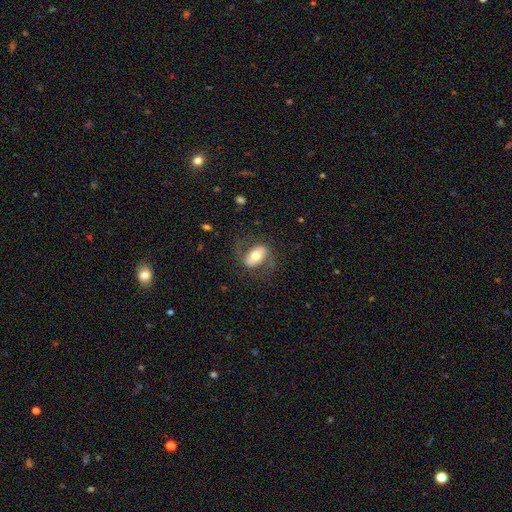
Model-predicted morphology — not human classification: A smooth galaxy with no disk features (47%).

Vote fractions:
- Smooth or featured? smooth: 47% / featured or disk: 46% / star or artifact: 7%
- Merging? none: 66% / minor disturbance: 18% / major disturbance: 14% / merger: 2%